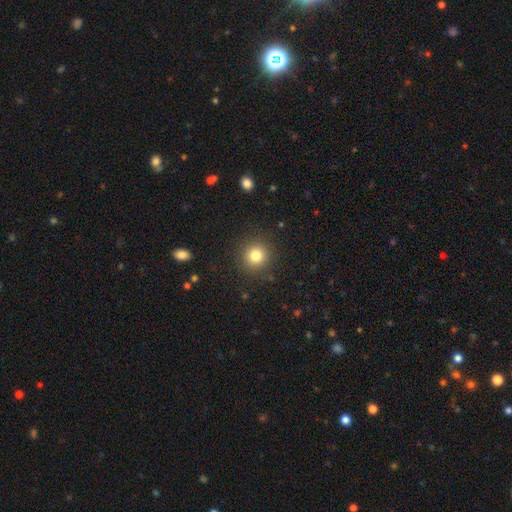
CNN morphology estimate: Overall: smooth (80%). How rounded: round (93%). Merging: none (89%).